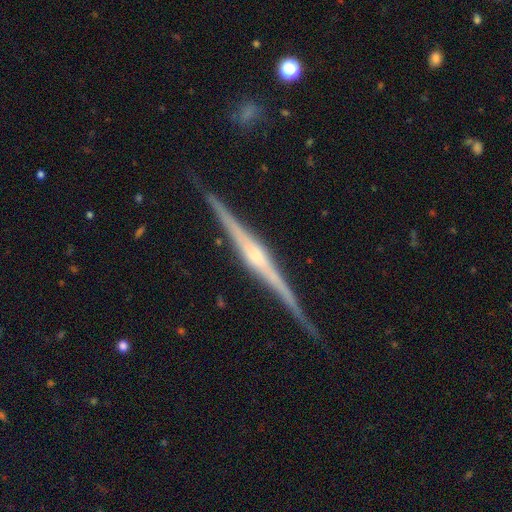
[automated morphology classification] Smooth or featured?
  - featured or disk: 88% *
  - smooth: 8%
  - star or artifact: 5%
Edge-on disk?
  - yes: 99% *
  - no: 1%
Edge-on bulge?
  - rounded: 63% *
  - boxy: 22%
  - none: 15%
Merging?
  - none: 89% *
  - minor disturbance: 8%
  - major disturbance: 1%
  - merger: 1%